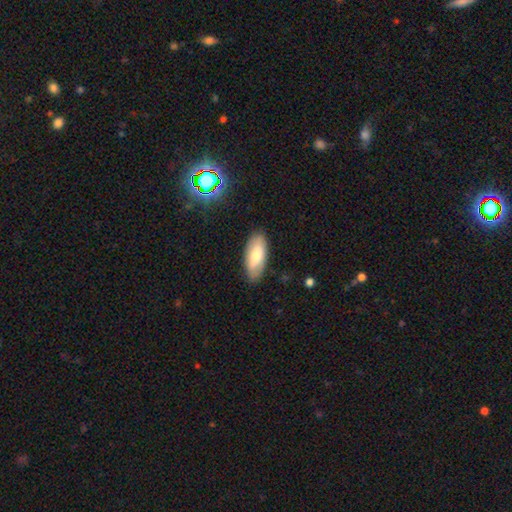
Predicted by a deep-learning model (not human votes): A smooth galaxy with no disk features (67%) that is in between round and cigar-shaped (87%).

Vote fractions:
- Smooth or featured? smooth: 67% / featured or disk: 26% / star or artifact: 6%
- How rounded? in between: 87% / cigar-shaped: 11% / round: 2%
- Merging? none: 85% / minor disturbance: 11% / major disturbance: 2% / merger: 1%